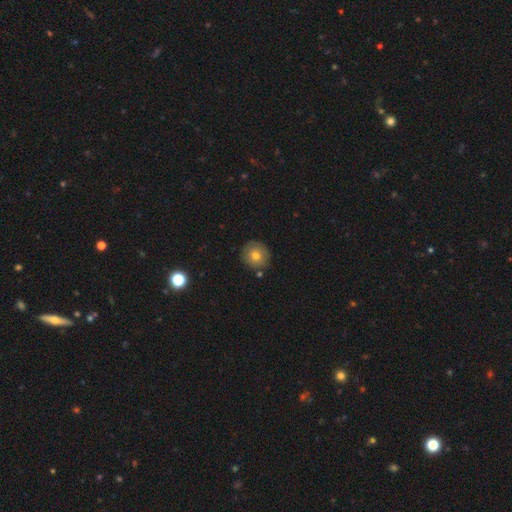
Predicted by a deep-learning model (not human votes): The model was most divided on "smooth or featured": smooth: 71%, featured or disk: 19%, star or artifact: 10%. More confident: how rounded — round (91%); merging — none (83%).